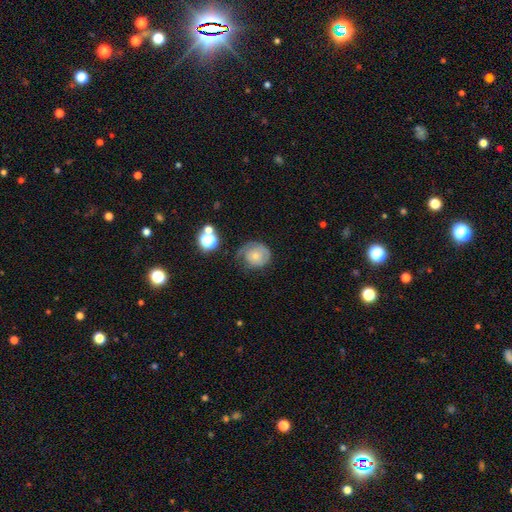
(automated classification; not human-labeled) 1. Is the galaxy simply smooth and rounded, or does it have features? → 48% smooth, 43% featured or disk, 9% star or artifact.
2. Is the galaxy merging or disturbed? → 46% none, 31% minor disturbance, 20% major disturbance, 3% merger.